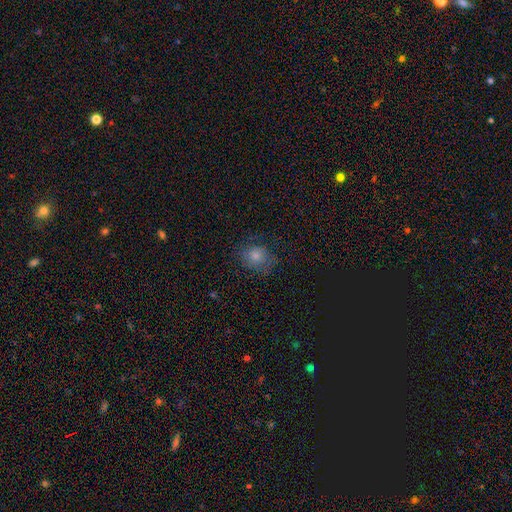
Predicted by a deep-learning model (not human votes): A smooth galaxy with no disk features (64%) that is round (73%).

Vote fractions:
- Smooth or featured? smooth: 64% / star or artifact: 18% / featured or disk: 17%
- How rounded? round: 73% / in between: 26% / cigar-shaped: 1%
- Merging? none: 75% / minor disturbance: 17% / major disturbance: 7% / merger: 1%